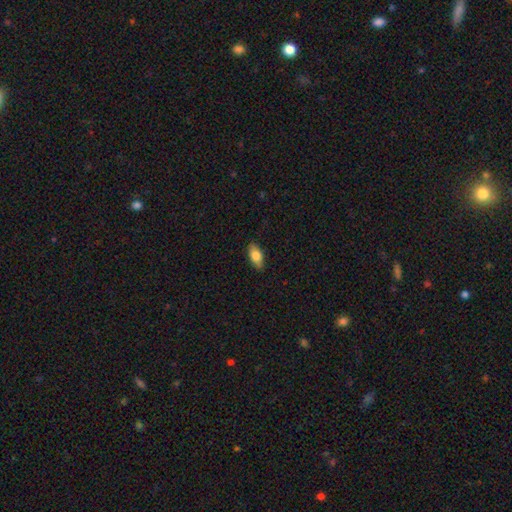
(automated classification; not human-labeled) Overall: smooth (78%). How rounded: in between (89%). Merging: none (86%).